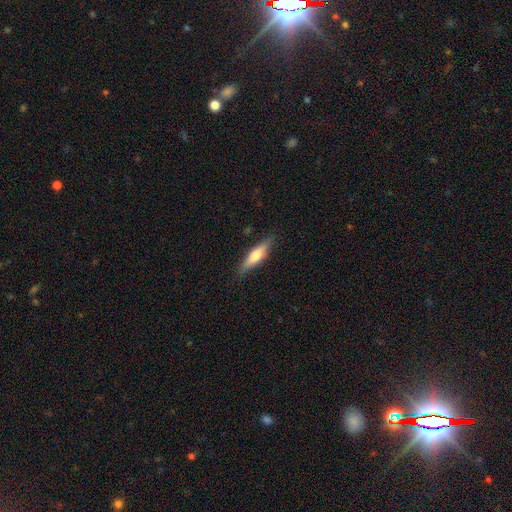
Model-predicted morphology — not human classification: This appears to be a smooth galaxy with no disk features (50%). Merging: none (86%).